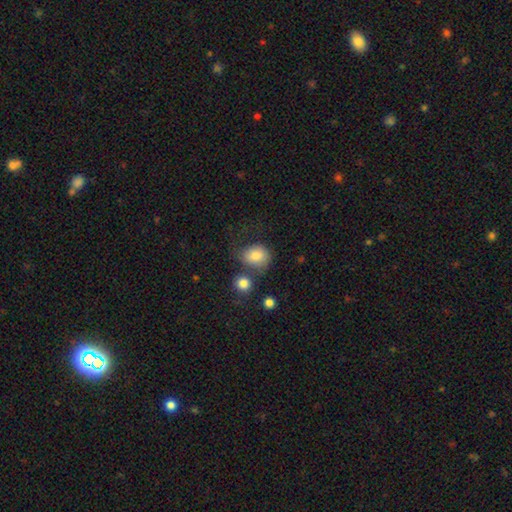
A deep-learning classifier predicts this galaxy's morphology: Smooth or featured? Predicted: smooth (p=0.81). How rounded? Predicted: round (p=0.54). Merging? Predicted: none (p=0.46).